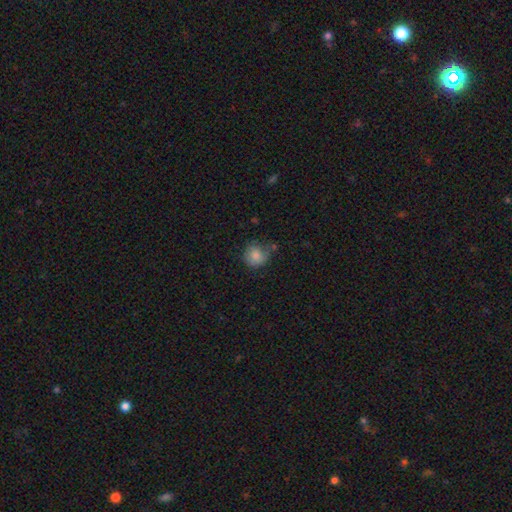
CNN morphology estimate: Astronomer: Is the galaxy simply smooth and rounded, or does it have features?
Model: smooth — 84%.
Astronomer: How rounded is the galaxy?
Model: round — 85%.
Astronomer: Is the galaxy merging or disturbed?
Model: none — 58%.